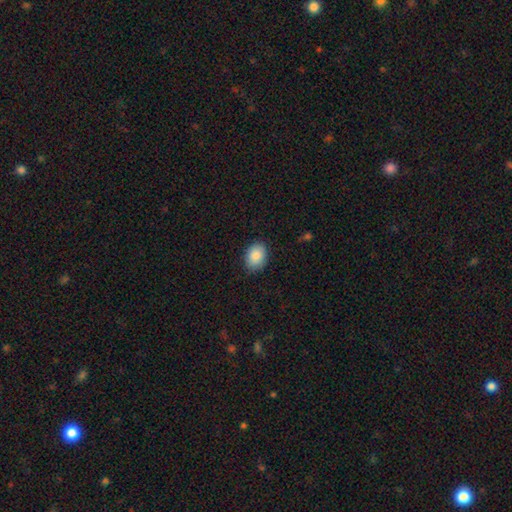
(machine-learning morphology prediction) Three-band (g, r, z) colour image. It shows a smooth galaxy with no disk features (88%) that is in between round and cigar-shaped (70%). Merging: none (86%).